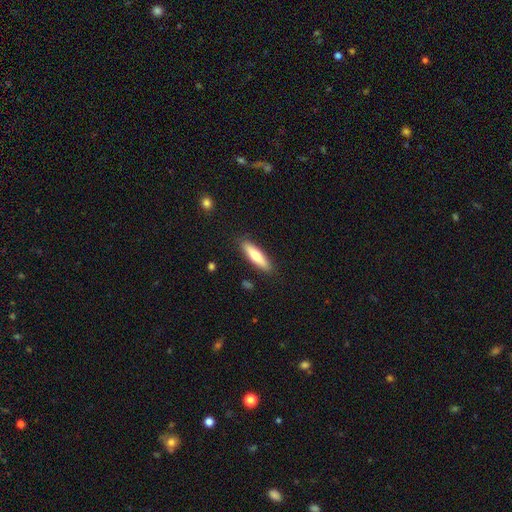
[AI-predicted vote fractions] Morphology: type=smooth (71%); roundness=cigar-shaped (72%); merging=none (88%).